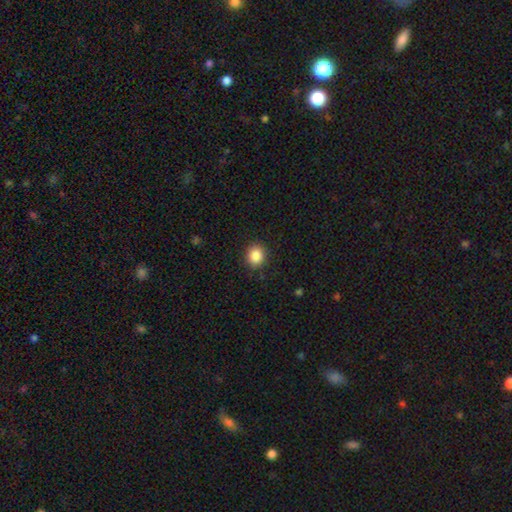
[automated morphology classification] Smooth or featured: smooth — 86% (star or artifact — 10%)
How rounded: round — 76% (in between — 23%)
Merging: none — 89% (minor disturbance — 7%)